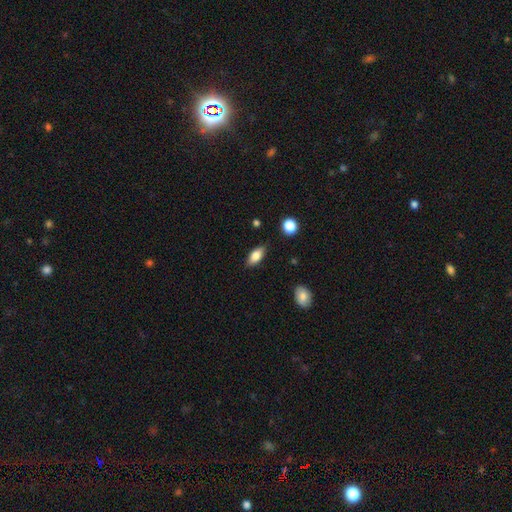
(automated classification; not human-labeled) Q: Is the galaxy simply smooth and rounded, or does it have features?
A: smooth — 76%.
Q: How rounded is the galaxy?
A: in between — 85%.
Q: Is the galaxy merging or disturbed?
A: none — 84%.